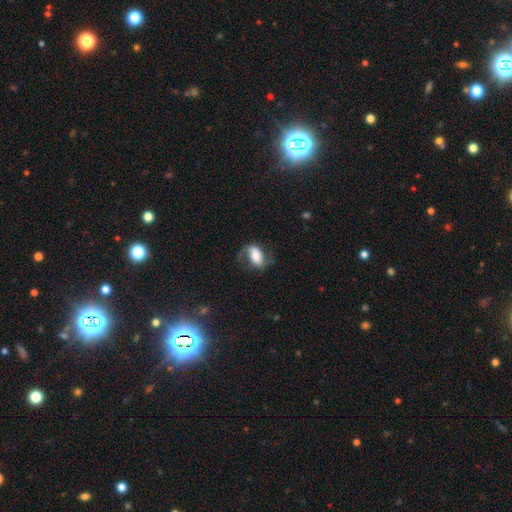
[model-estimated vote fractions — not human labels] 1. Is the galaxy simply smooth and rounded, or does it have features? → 48% featured or disk, 44% smooth, 7% star or artifact.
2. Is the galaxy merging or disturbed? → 56% none, 23% minor disturbance, 18% major disturbance, 2% merger.